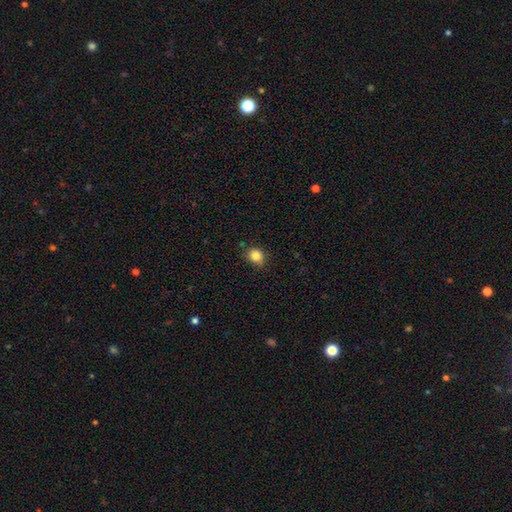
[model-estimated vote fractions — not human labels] Smooth or featured? Predicted: smooth (p=0.84). How rounded? Predicted: round (p=0.68). Merging? Predicted: none (p=0.78).